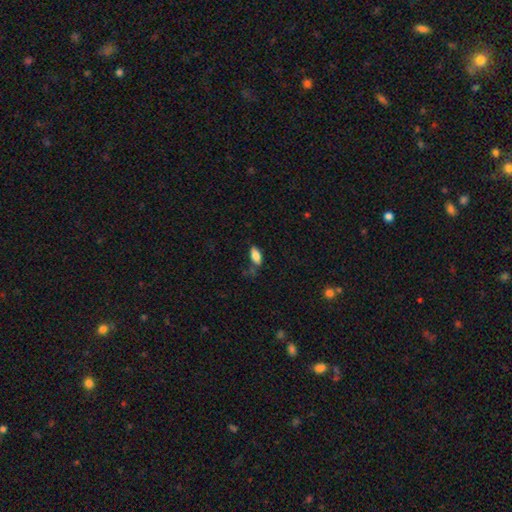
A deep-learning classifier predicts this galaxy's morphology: Smooth or featured?
  - smooth: 83% *
  - featured or disk: 9%
  - star or artifact: 8%
How rounded?
  - in between: 88% *
  - cigar-shaped: 9%
  - round: 3%
Merging?
  - none: 60% *
  - minor disturbance: 26%
  - major disturbance: 8%
  - merger: 5%